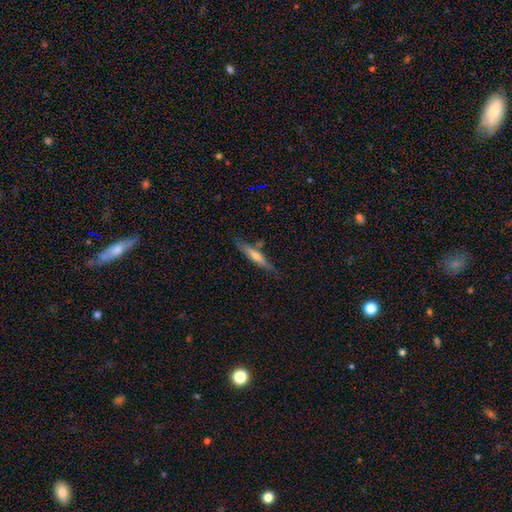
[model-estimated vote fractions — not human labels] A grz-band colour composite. It shows a featured or disk galaxy (49%). Merging: none (76%).